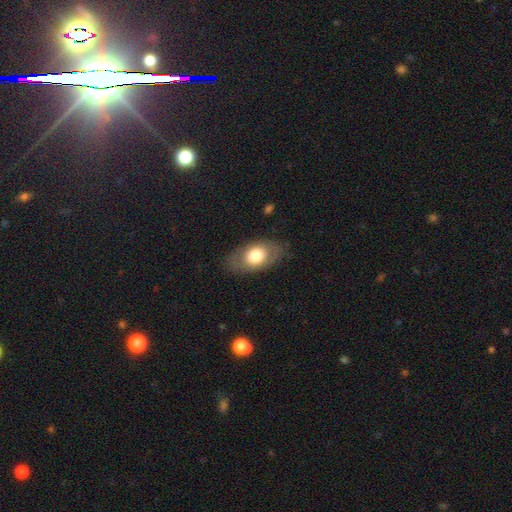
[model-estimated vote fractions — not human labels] Smooth or featured: smooth — 67% (featured or disk — 26%)
How rounded: in between — 88% (round — 10%)
Merging: none — 80% (minor disturbance — 14%)